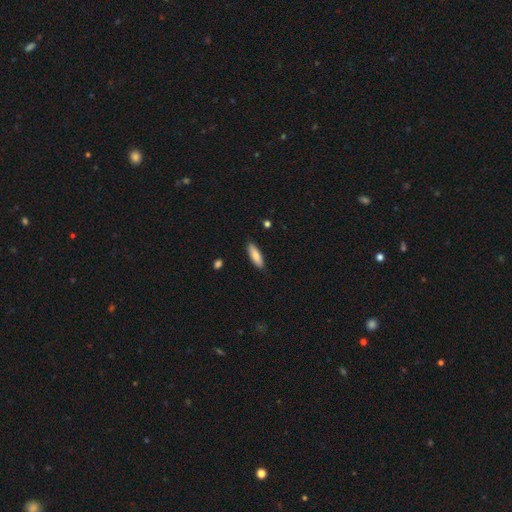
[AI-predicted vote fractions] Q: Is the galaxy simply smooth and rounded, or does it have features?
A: smooth — 81%.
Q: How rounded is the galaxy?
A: cigar-shaped — 51%.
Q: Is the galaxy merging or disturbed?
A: none — 89%.